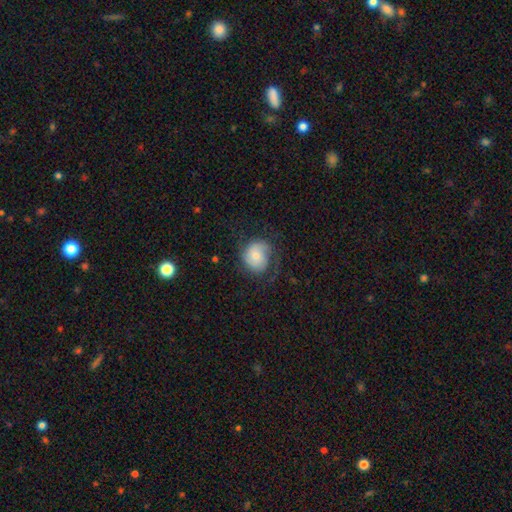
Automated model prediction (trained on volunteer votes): The model was most divided on "smooth or featured": featured or disk: 47%, smooth: 45%, star or artifact: 8%. More confident: merging — none (58%).